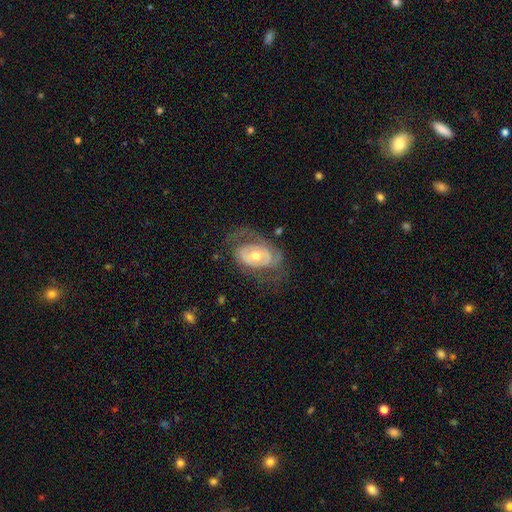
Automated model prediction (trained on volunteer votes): Morphology: type=featured or disk (73%); edge-on=no (94%); bar=no (67%); spiral arms=yes (65%); bulge=moderate (66%); merging=none (57%).